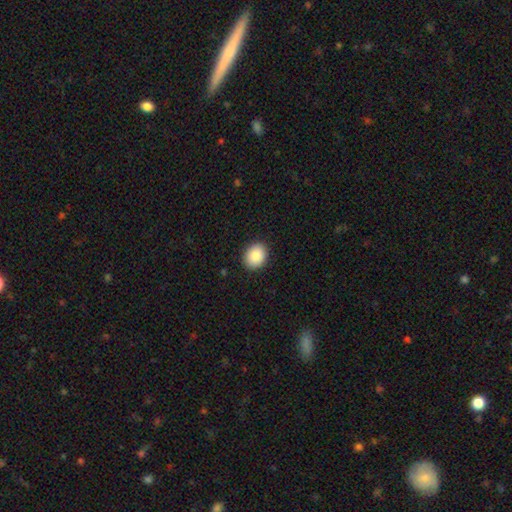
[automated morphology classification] type=smooth (87%); roundness=round (56%); merging=none (90%).